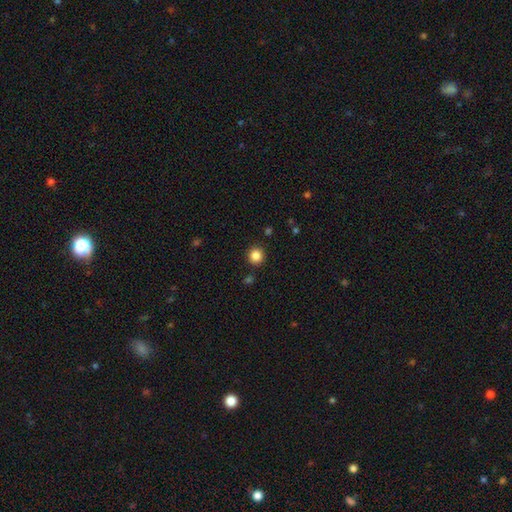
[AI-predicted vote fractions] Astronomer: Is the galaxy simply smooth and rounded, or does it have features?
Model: smooth — 85%.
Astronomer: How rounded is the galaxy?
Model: round — 93%.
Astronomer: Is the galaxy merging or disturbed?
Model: none — 90%.